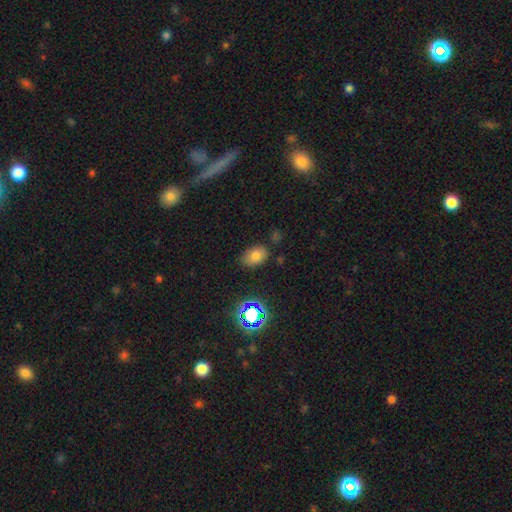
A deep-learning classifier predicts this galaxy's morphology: This appears to be a smooth galaxy with no disk features (71%) that is in between round and cigar-shaped (86%). Merging: none (78%).